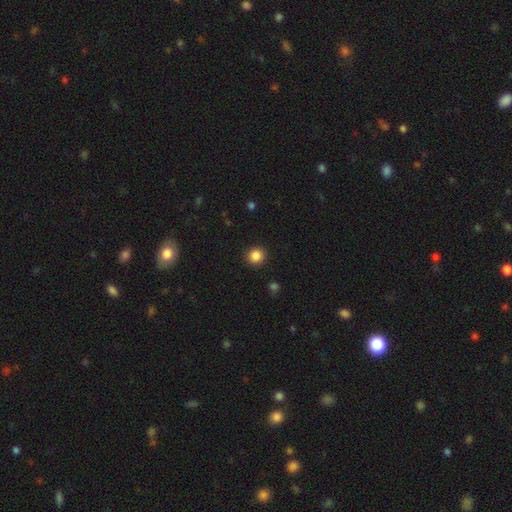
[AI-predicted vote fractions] Smooth or featured?
  - smooth: 86% *
  - star or artifact: 10%
  - featured or disk: 3%
How rounded?
  - round: 91% *
  - in between: 8%
  - cigar-shaped: 1%
Merging?
  - none: 92% *
  - minor disturbance: 5%
  - major disturbance: 2%
  - merger: 1%